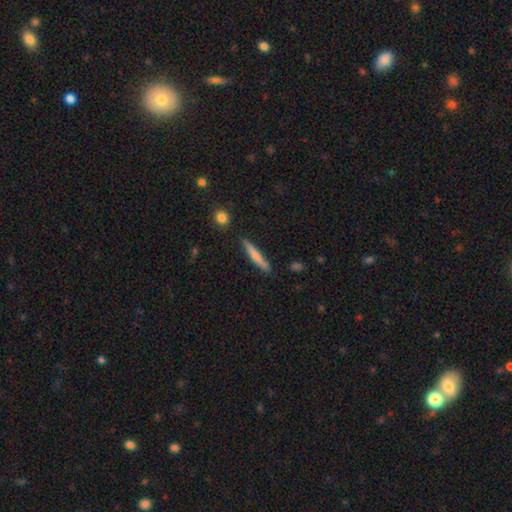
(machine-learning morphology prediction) This is likely a smooth galaxy (70%). How rounded: clearly cigar-shaped (93%). Merging: clearly none (85%).